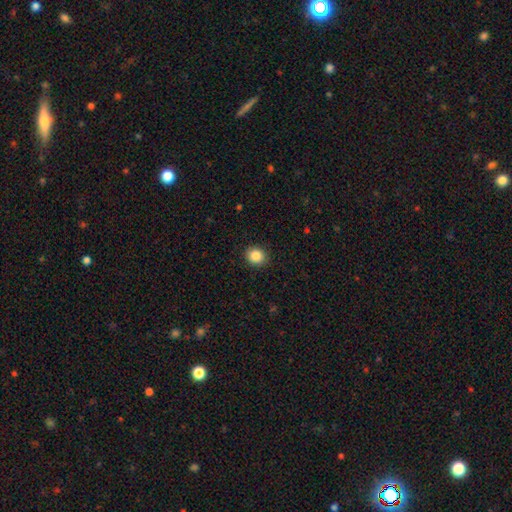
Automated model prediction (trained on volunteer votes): Smooth or featured: smooth — 86% (star or artifact — 9%)
How rounded: round — 78% (in between — 21%)
Merging: none — 91% (minor disturbance — 6%)